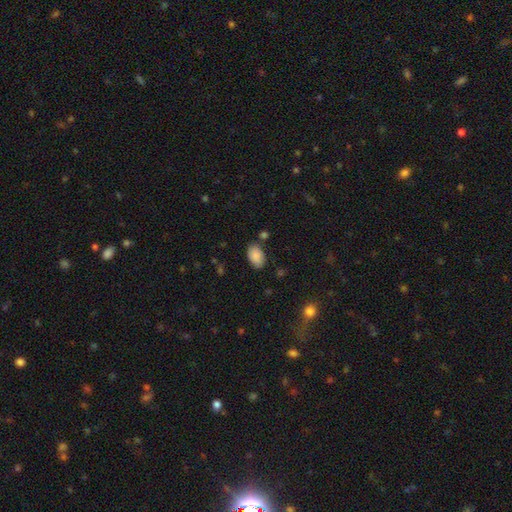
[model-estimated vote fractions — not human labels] Overall: smooth (87%). How rounded: in between (90%). Merging: none (78%).